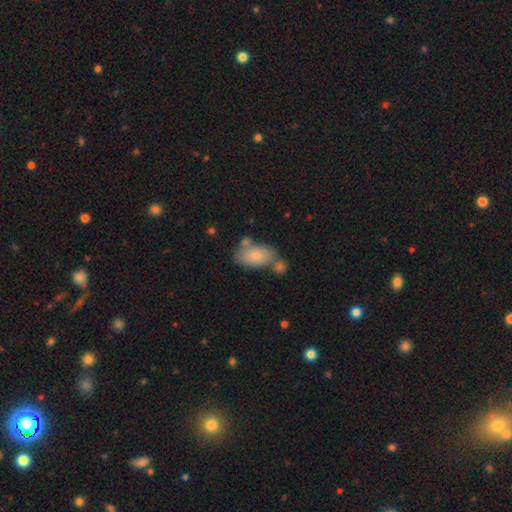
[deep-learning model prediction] This is likely a smooth galaxy (76%). How rounded: clearly in between (91%). Merging: possibly none (51%).